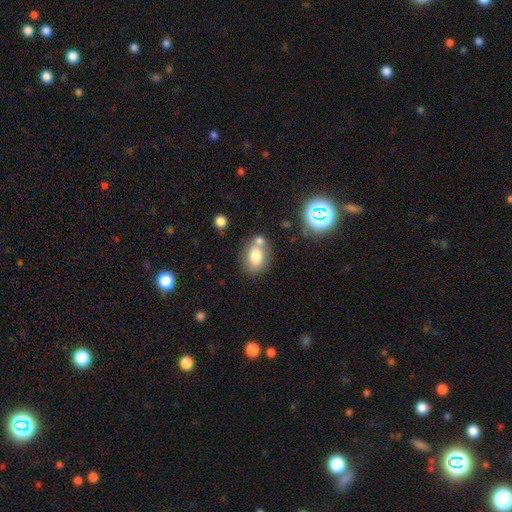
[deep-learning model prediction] This is likely a smooth galaxy (74%). How rounded: likely in between (66%). Merging: possibly none (54%).